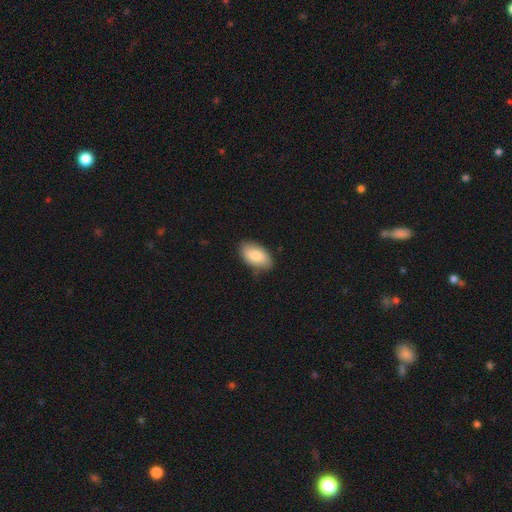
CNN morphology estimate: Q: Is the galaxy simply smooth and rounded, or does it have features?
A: smooth — 80%.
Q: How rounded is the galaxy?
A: in between — 94%.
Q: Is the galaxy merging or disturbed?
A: none — 82%.